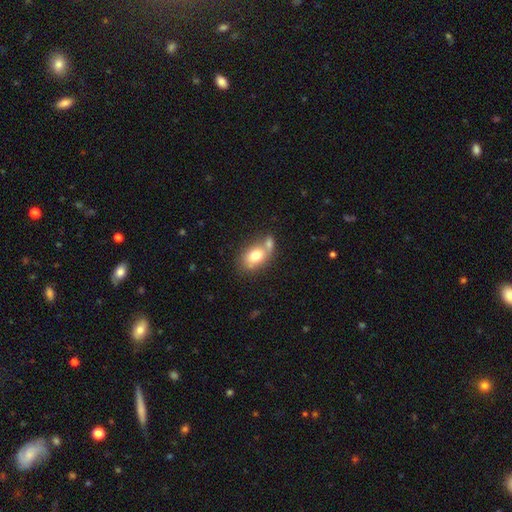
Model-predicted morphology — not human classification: A smooth galaxy with no disk features (75%) that is in between round and cigar-shaped (78%). Merging: none (41%).